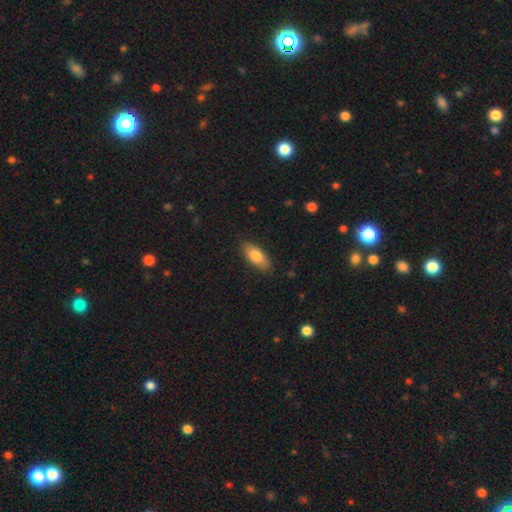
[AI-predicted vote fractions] This appears to be a smooth galaxy with no disk features (80%) that is in between round and cigar-shaped (84%). Merging: none (85%).